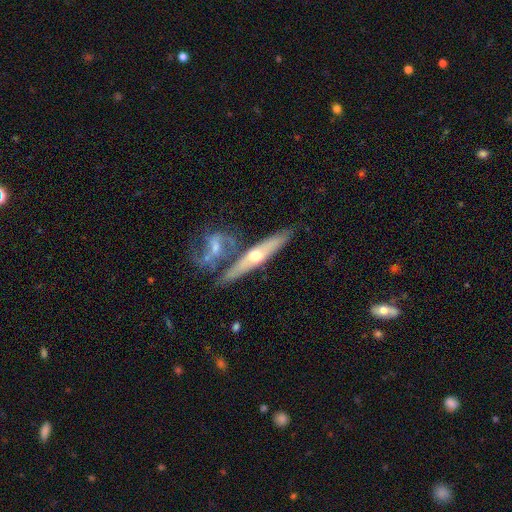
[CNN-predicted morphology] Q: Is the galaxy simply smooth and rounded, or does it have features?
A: featured or disk — 68%.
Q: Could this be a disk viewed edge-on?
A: yes — 80%.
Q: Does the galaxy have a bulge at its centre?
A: rounded — 87%.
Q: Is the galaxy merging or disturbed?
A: none — 58%.